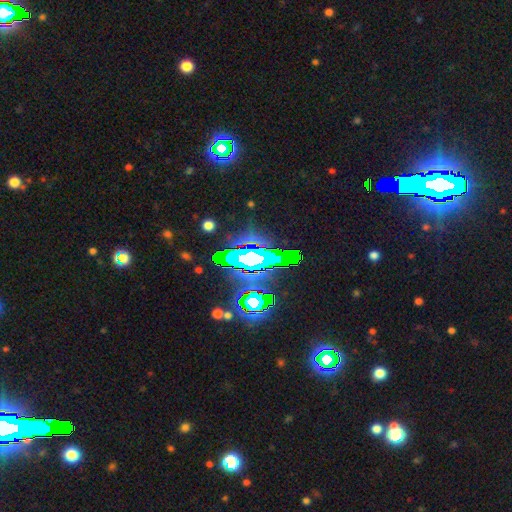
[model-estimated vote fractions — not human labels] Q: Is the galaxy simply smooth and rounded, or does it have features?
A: star or artifact — 68%.